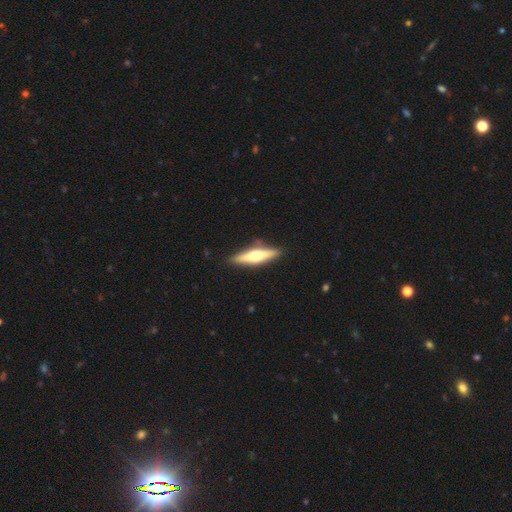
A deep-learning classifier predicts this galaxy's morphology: type=featured or disk (58%); edge-on=yes (95%); edge-on bulge=rounded (92%); merging=none (88%).